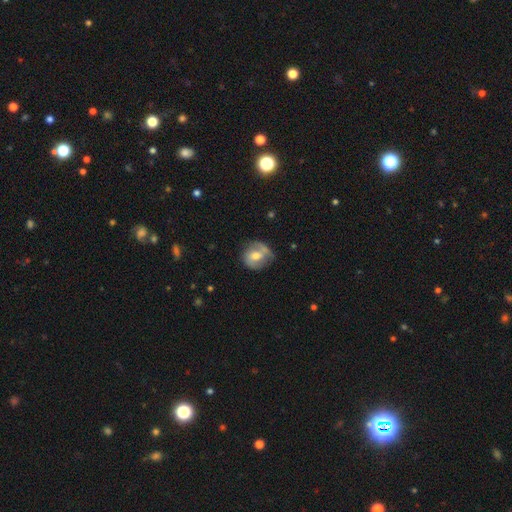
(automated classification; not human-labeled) This is possibly a featured or disk galaxy (55%). It is clearly not viewed edge-on (96%). Bar: marginally weak (42%). Spiral arm pattern: likely yes (74%). Central bulge: likely moderate (67%). Merging: likely none (65%).